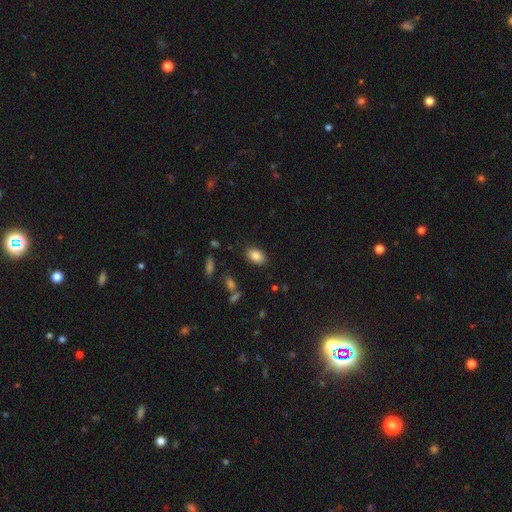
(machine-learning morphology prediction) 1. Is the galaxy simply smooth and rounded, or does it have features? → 85% smooth, 9% star or artifact, 6% featured or disk.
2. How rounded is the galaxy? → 87% in between, 12% round, 1% cigar-shaped.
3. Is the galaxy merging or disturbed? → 85% none, 10% minor disturbance, 3% major disturbance, 2% merger.